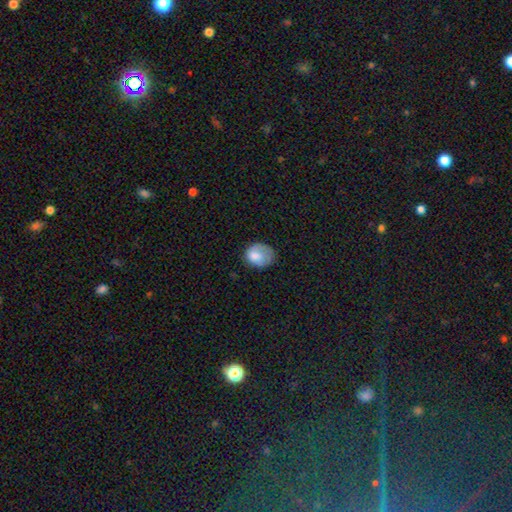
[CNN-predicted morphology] This is likely a smooth galaxy (73%). How rounded: possibly round (51%). Merging: possibly none (46%).